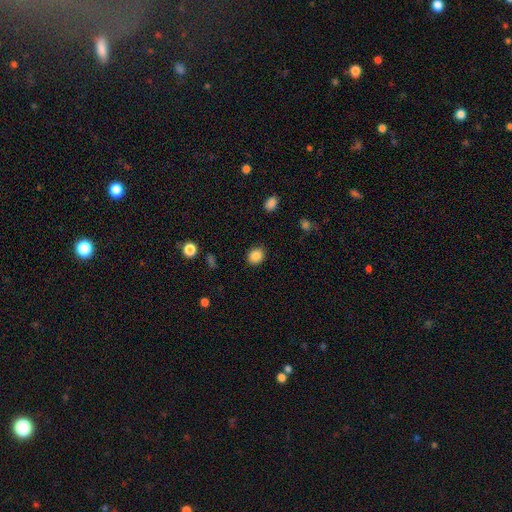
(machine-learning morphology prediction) This is clearly a smooth galaxy (86%). How rounded: likely round (64%). Merging: clearly none (89%).